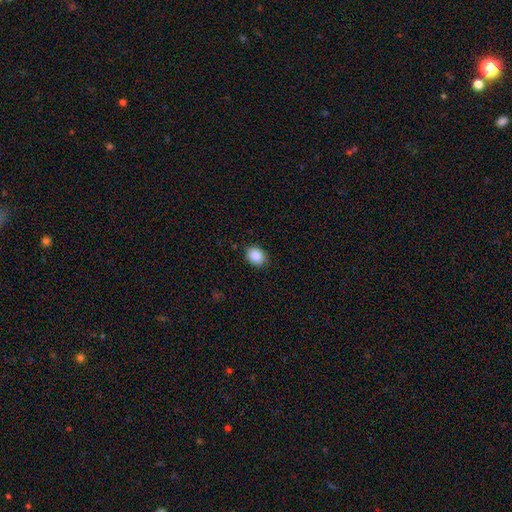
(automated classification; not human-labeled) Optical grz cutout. It shows a smooth galaxy with no disk features (88%) that is in between round and cigar-shaped (53%). Merging: none (87%).